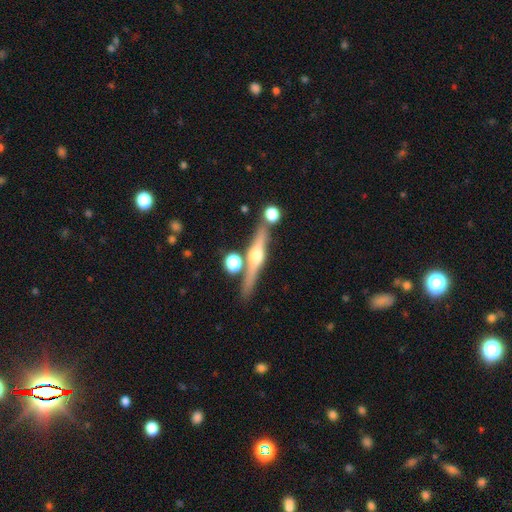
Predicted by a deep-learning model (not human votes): smooth-or-featured: featured or disk: 77% | smooth: 16% | star or artifact: 7%
  disk-edge-on: yes: 97% | no: 3%
    edge-on-bulge: rounded: 94% | boxy: 4% | none: 2%
  merging: none: 80% | minor disturbance: 9% | merger: 8% | major disturbance: 3%